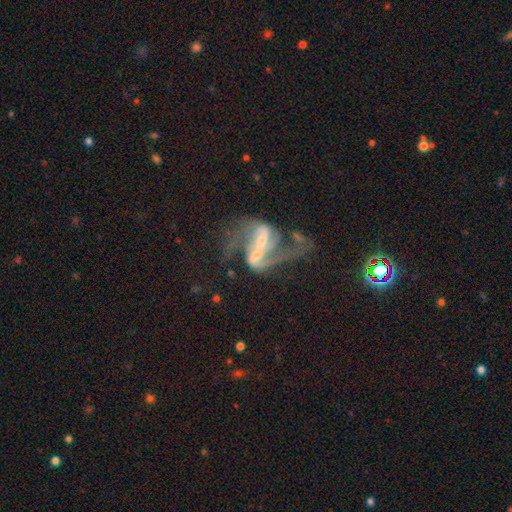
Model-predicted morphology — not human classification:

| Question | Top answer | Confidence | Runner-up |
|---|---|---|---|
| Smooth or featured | featured or disk | 85% | smooth (8%) |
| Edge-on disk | no | 97% | yes (3%) |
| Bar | weak | 39% | strong (38%) |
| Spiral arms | yes | 91% | no (9%) |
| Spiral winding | loose | 61% | medium (31%) |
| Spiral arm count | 2 | 77% | can't tell (8%) |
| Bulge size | small | 46% | moderate (40%) |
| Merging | merger | 36% | major disturbance (27%) |